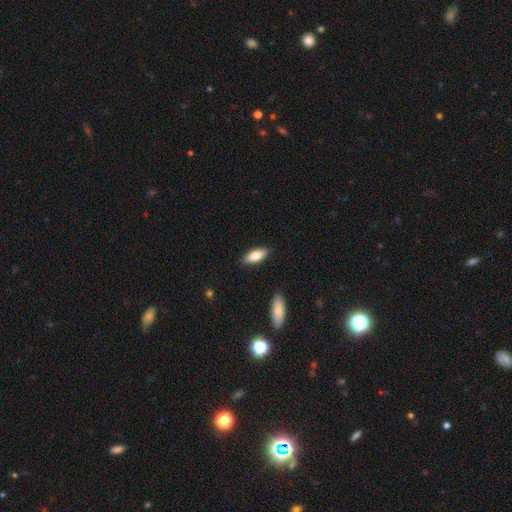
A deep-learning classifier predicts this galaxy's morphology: The model was most divided on "how rounded": in between: 73%, cigar-shaped: 25%, round: 2%. More confident: merging — none (87%); smooth or featured — smooth (78%).